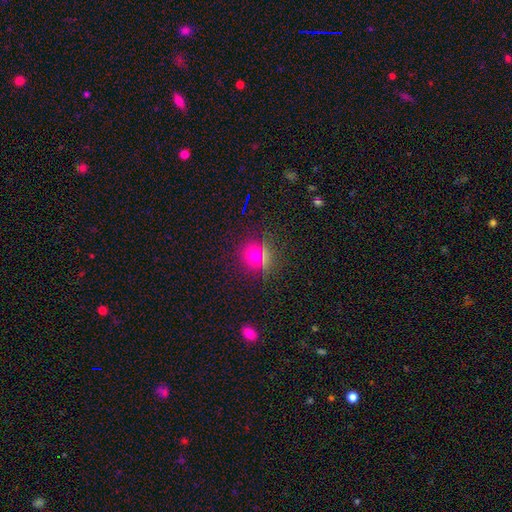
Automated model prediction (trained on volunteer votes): smooth_or_featured: smooth (p=0.62) [alt: star or artifact p=0.28]
how_rounded: round (p=0.90) [alt: in between p=0.08]
merging: none (p=0.83) [alt: minor disturbance p=0.08]